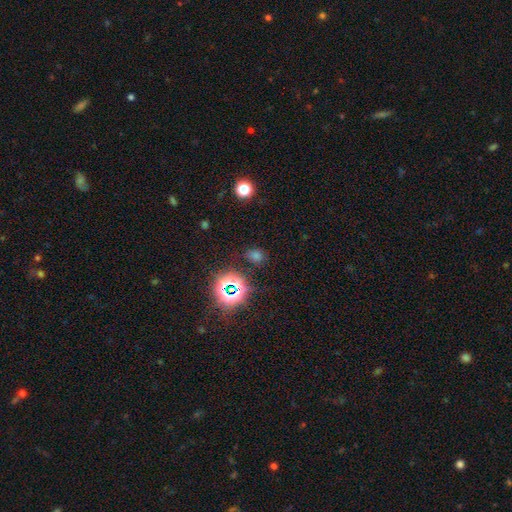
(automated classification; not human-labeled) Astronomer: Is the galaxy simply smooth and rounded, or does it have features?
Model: star or artifact — 48% (runner-up: smooth, 45%).